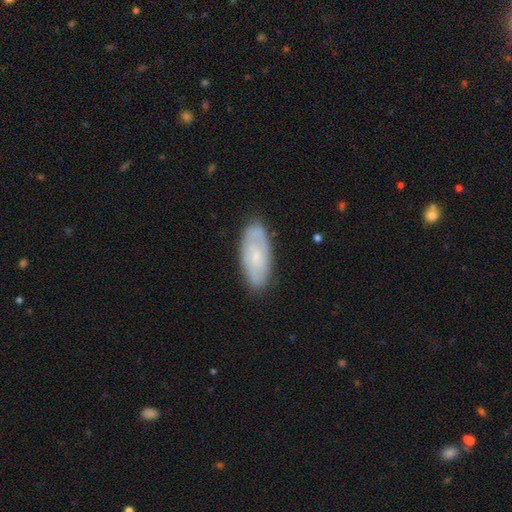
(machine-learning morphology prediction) A featured or disk galaxy (58%) with no bar (71%), spiral arms (79%) and a small central bulge (71%).

Vote fractions:
- Smooth or featured? featured or disk: 58% / smooth: 35% / star or artifact: 7%
- Edge-on disk? no: 90% / yes: 10%
- Bar? no: 71% / weak: 25% / strong: 4%
- Spiral arms? yes: 79% / no: 21%
- Bulge size? small: 71% / moderate: 20% / none: 7% / large: 1% / dominant: 1%
- Merging? none: 81% / minor disturbance: 14% / major disturbance: 3% / merger: 1%